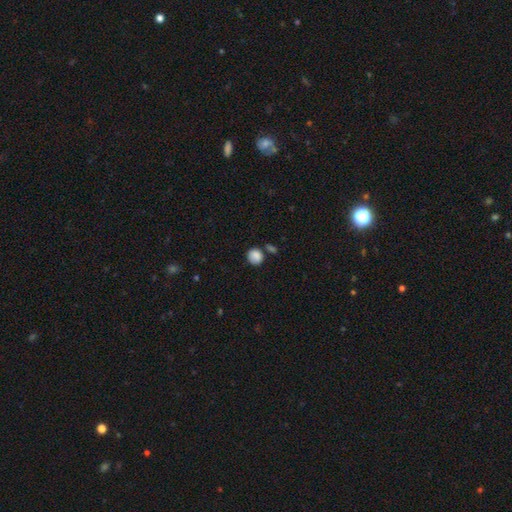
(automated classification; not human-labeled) Smooth or featured?
  - smooth: 86% *
  - star or artifact: 9%
  - featured or disk: 5%
How rounded?
  - round: 80% *
  - in between: 19%
  - cigar-shaped: 1%
Merging?
  - none: 68% *
  - minor disturbance: 15%
  - merger: 12%
  - major disturbance: 4%